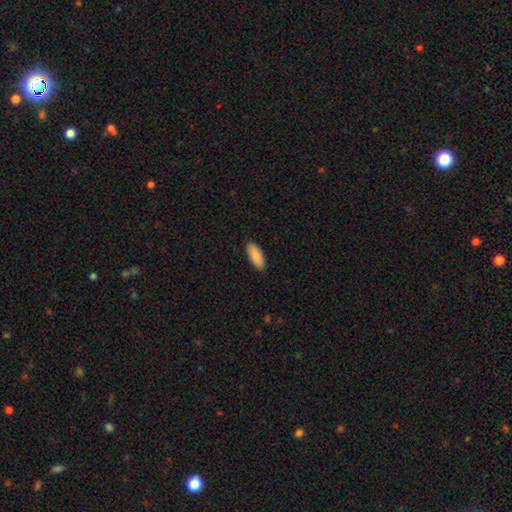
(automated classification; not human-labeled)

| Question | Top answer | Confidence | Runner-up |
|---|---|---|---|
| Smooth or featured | smooth | 90% | star or artifact (6%) |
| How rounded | in between | 77% | cigar-shaped (21%) |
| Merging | none | 89% | minor disturbance (8%) |